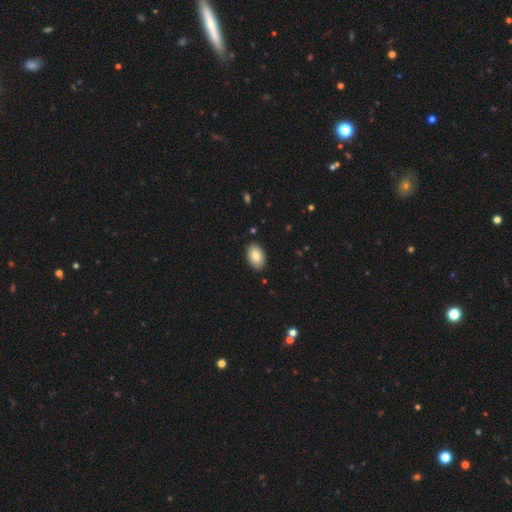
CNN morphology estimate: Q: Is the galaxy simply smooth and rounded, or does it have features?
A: smooth — 82%.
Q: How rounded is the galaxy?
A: in between — 91%.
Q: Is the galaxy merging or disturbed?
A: none — 88%.